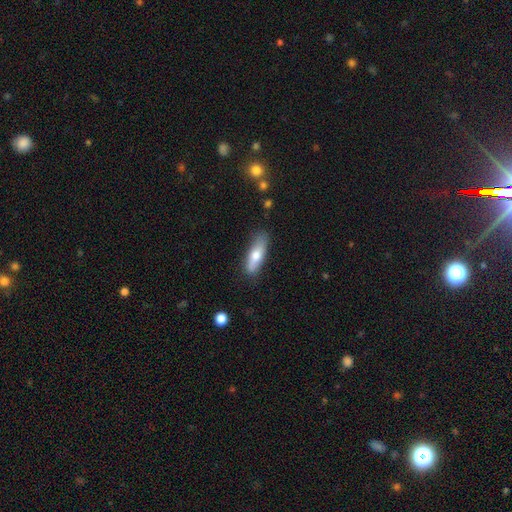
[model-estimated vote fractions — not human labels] Q: Smooth or featured?
A: smooth (69%); runner-up: featured or disk (25%)
Q: How rounded?
A: cigar-shaped (51%); runner-up: in between (46%)
Q: Merging?
A: none (77%); runner-up: minor disturbance (18%)